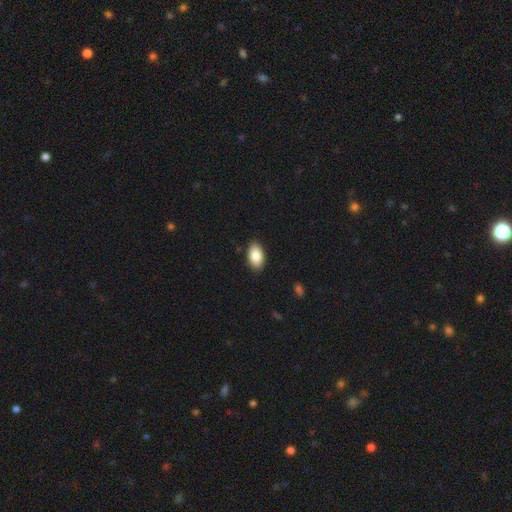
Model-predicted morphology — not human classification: smooth-or-featured: smooth: 87% | star or artifact: 7% | featured or disk: 6%
  how-rounded: in between: 94% | round: 4% | cigar-shaped: 2%
  merging: none: 89% | minor disturbance: 8% | major disturbance: 2% | merger: 1%